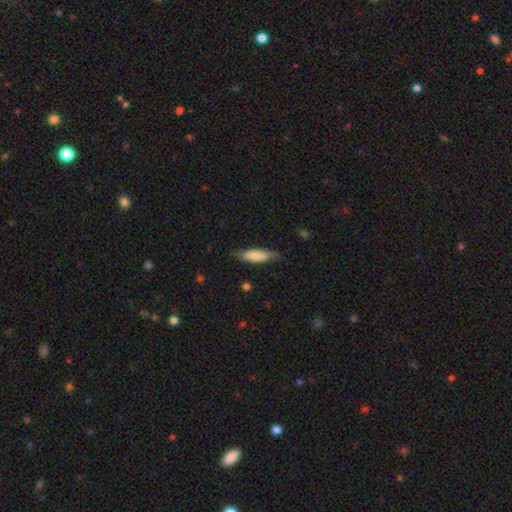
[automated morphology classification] smooth 71%, featured or disk 23%, star or artifact 6%. Down the decision tree: how rounded — in between (49%, tied with cigar-shaped); merging — none (70%).